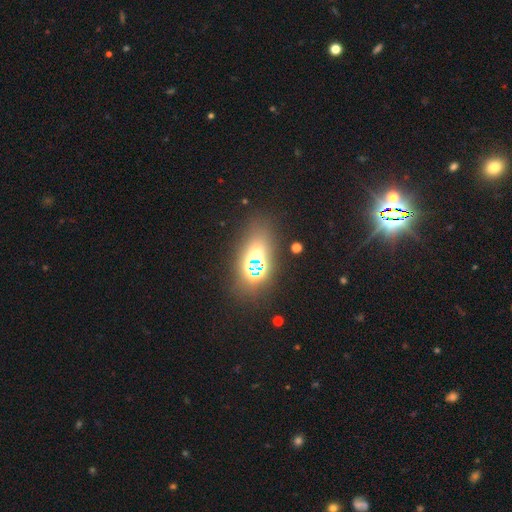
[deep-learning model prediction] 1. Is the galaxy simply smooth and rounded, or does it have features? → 43% smooth, 41% star or artifact, 16% featured or disk.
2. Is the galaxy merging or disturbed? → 67% none, 13% merger, 12% minor disturbance, 8% major disturbance.